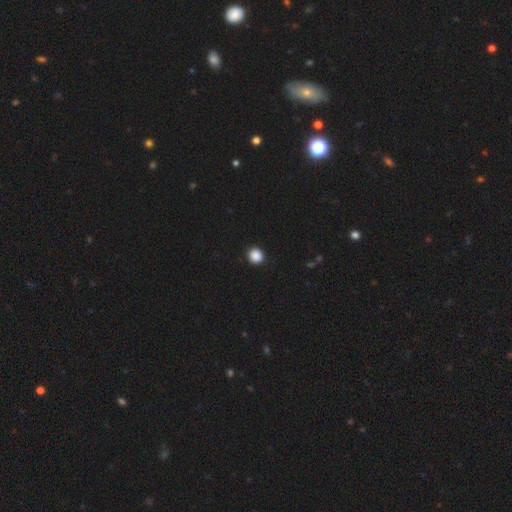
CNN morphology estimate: smooth-or-featured: smooth: 88% | star or artifact: 10% | featured or disk: 2%
  how-rounded: round: 91% | in between: 8% | cigar-shaped: 1%
  merging: none: 93% | minor disturbance: 5% | major disturbance: 2% | merger: 1%